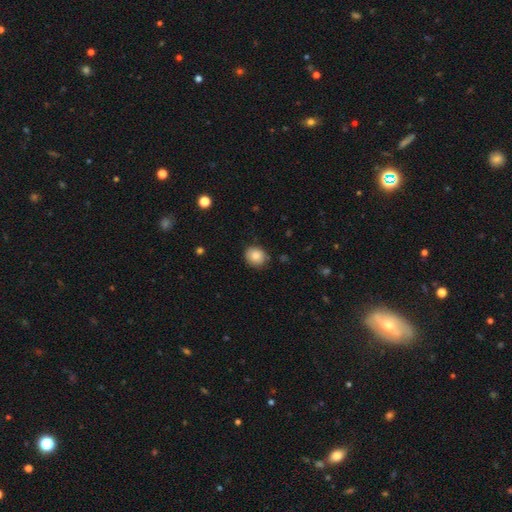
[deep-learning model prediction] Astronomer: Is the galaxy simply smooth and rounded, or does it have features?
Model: smooth — 84%.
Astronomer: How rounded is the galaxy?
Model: round — 74%.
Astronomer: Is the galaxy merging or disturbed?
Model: none — 82%.